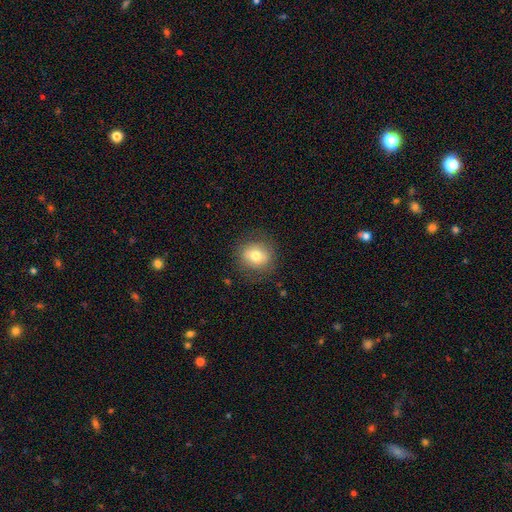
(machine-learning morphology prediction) This appears to be a smooth galaxy with no disk features (73%) that is round (78%). Merging: none (82%).